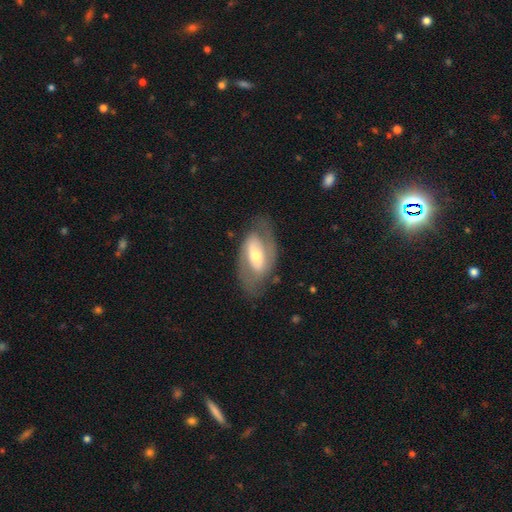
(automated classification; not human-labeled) Smooth or featured?
  - featured or disk: 75% *
  - smooth: 20%
  - star or artifact: 5%
Edge-on disk?
  - no: 93% *
  - yes: 7%
Bar?
  - strong: 49% *
  - weak: 32%
  - no: 19%
Spiral arms?
  - yes: 77% *
  - no: 23%
Spiral winding?
  - medium: 48% *
  - tight: 30%
  - loose: 22%
Spiral arm count?
  - 2: 83% *
  - can't tell: 10%
  - 1: 3%
  - 3: 1%
  - 4: 1%
  - more than 4: 1%
Bulge size?
  - moderate: 51% *
  - small: 39%
  - large: 8%
  - dominant: 1%
  - none: 1%
Merging?
  - none: 74% *
  - minor disturbance: 15%
  - major disturbance: 10%
  - merger: 1%